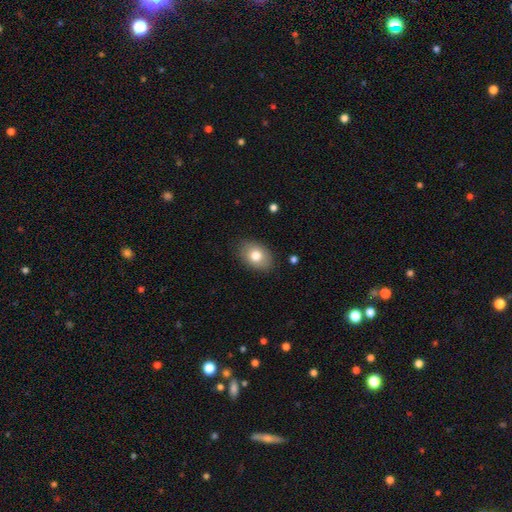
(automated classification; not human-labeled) smooth-or-featured: smooth: 79% | featured or disk: 14% | star or artifact: 8%
  how-rounded: in between: 77% | round: 22% | cigar-shaped: 1%
  merging: none: 86% | minor disturbance: 11% | major disturbance: 2% | merger: 1%